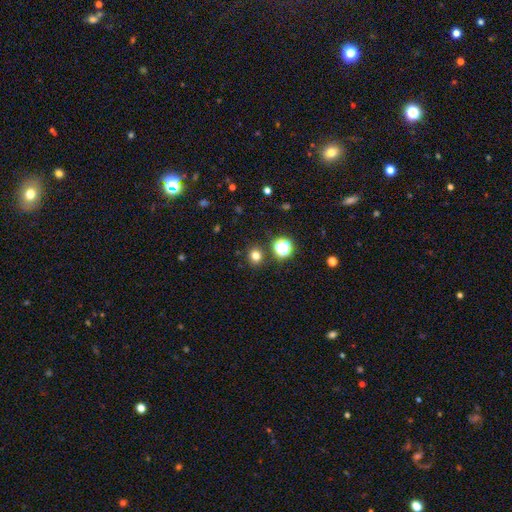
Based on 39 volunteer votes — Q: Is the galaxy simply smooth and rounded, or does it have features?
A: smooth — 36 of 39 (92%).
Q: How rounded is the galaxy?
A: round — 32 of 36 (89%).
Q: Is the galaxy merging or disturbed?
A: none — 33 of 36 (92%).